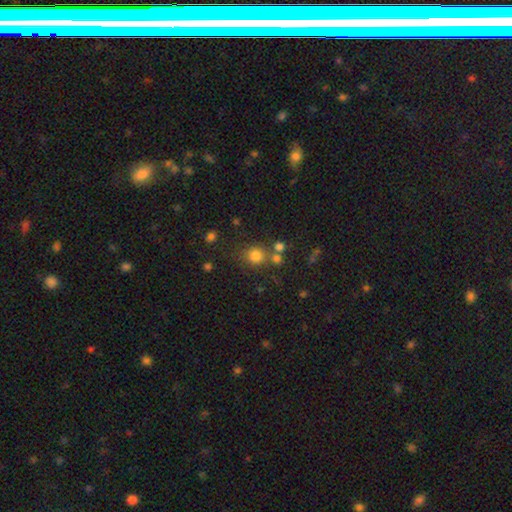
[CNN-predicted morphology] A smooth galaxy with no disk features (77%) that is round (86%). Merging: none (68%).